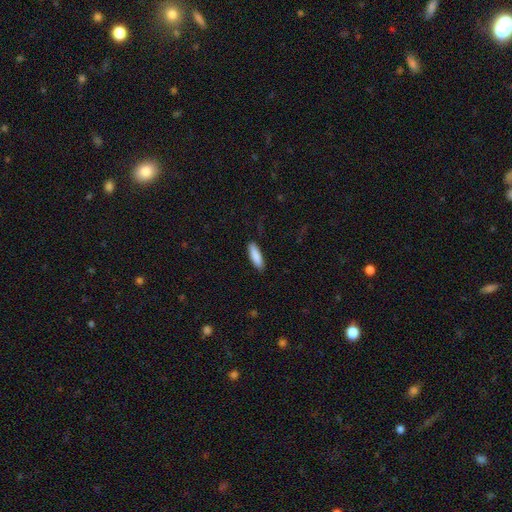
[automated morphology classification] A smooth galaxy with no disk features (87%) that is cigar-shaped (61%). Merging: none (87%).